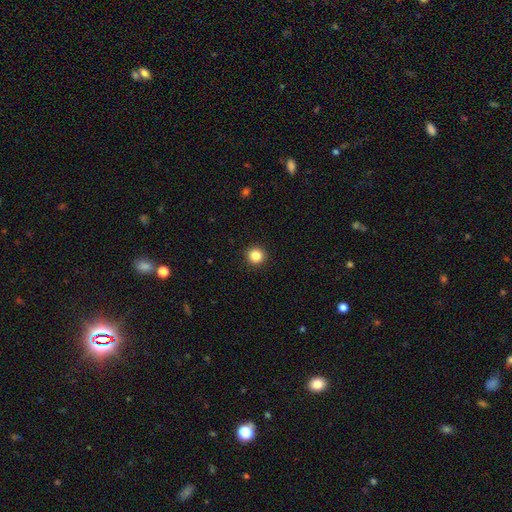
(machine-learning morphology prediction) Smooth or featured: smooth — 85% (star or artifact — 11%)
How rounded: round — 95% (in between — 4%)
Merging: none — 93% (minor disturbance — 5%)